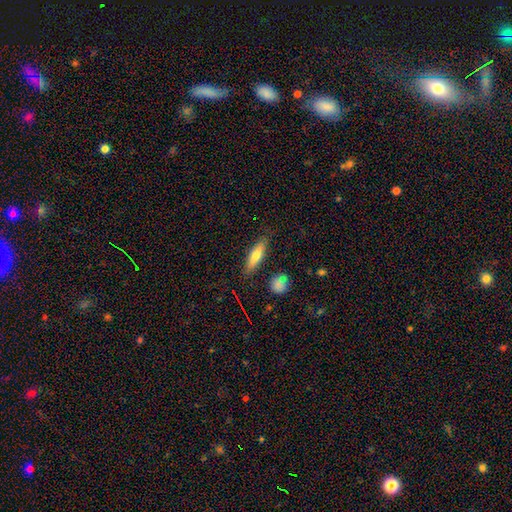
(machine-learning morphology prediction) This appears to be a smooth galaxy with no disk features (68%) that is cigar-shaped (61%). Merging: none (82%).